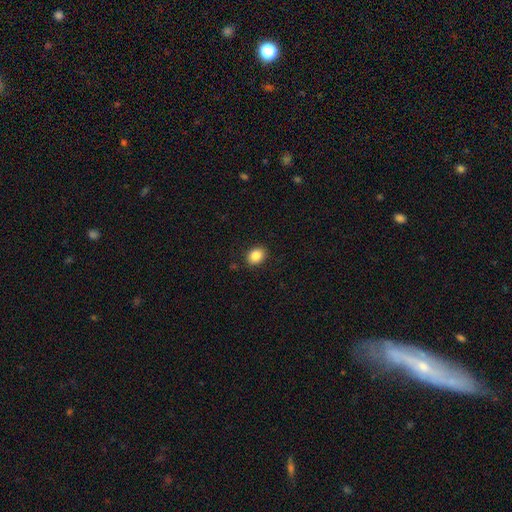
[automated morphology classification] Smooth or featured?
  - smooth: 86% *
  - star or artifact: 9%
  - featured or disk: 5%
How rounded?
  - in between: 59% *
  - round: 40%
  - cigar-shaped: 1%
Merging?
  - none: 88% *
  - minor disturbance: 8%
  - major disturbance: 2%
  - merger: 1%